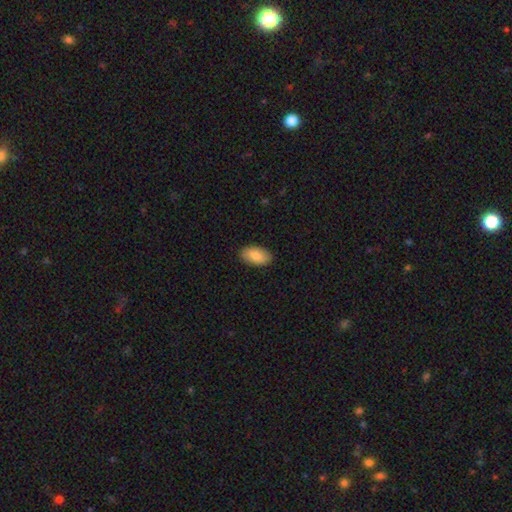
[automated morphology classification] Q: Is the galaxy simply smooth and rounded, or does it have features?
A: smooth — 85%.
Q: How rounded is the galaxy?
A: in between — 94%.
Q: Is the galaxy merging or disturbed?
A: none — 89%.